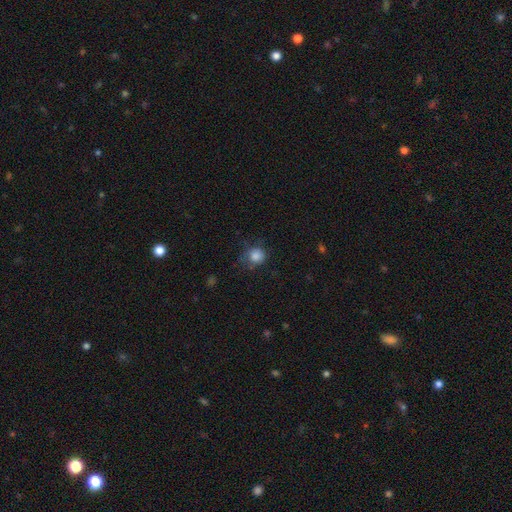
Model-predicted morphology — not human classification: A smooth galaxy with no disk features (83%) that is round (83%). Merging: none (60%).